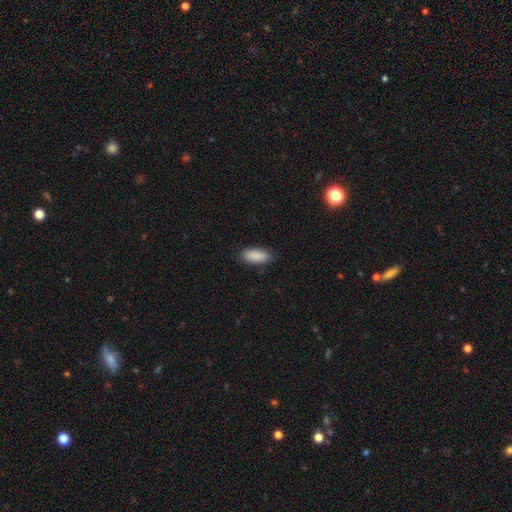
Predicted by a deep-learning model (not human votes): Overall: smooth (90%). How rounded: in between (82%). Merging: none (86%).